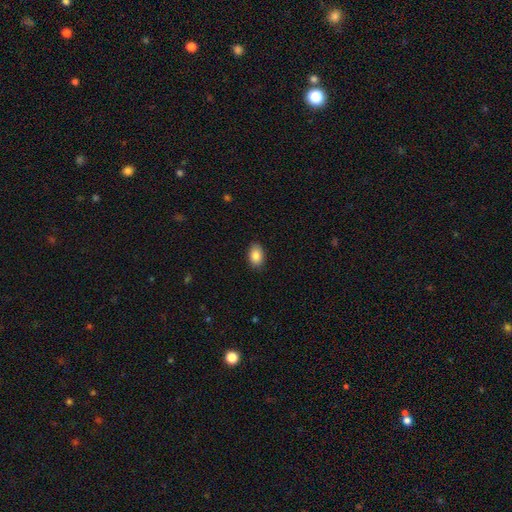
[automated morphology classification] The model was most divided on "merging": none: 88%, minor disturbance: 9%, major disturbance: 2%, merger: 1%. More confident: how rounded — in between (90%); smooth or featured — smooth (88%).